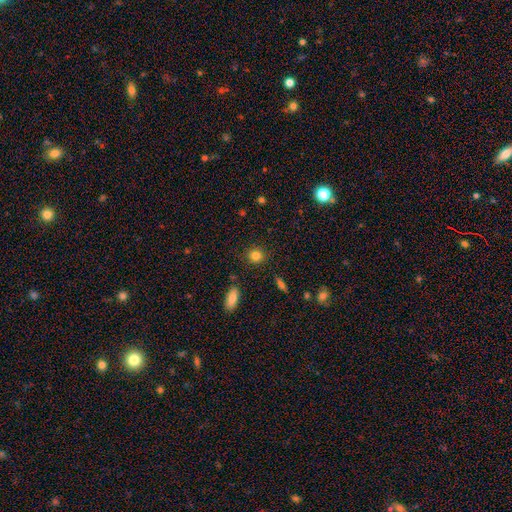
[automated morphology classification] Q: Smooth or featured?
A: smooth (83%); runner-up: star or artifact (11%)
Q: How rounded?
A: round (85%); runner-up: in between (14%)
Q: Merging?
A: none (89%); runner-up: minor disturbance (7%)